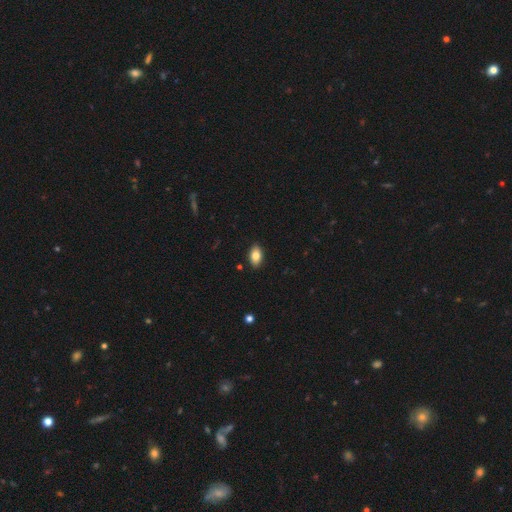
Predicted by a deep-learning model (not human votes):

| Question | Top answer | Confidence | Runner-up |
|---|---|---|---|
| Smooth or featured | smooth | 82% | featured or disk (10%) |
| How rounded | in between | 92% | round (7%) |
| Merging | none | 89% | minor disturbance (8%) |